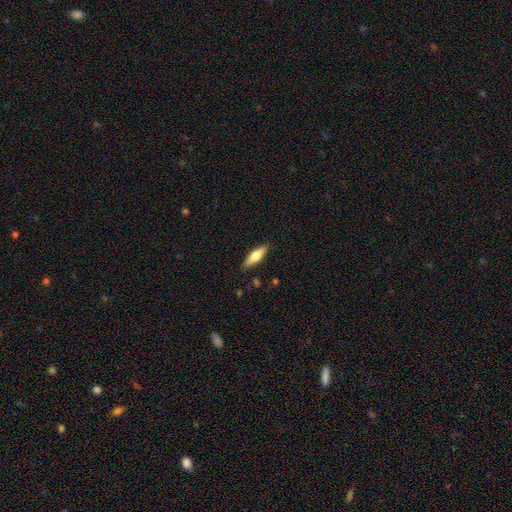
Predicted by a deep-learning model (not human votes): This appears to be a smooth galaxy with no disk features (53%) that is cigar-shaped (56%). Merging: none (88%).